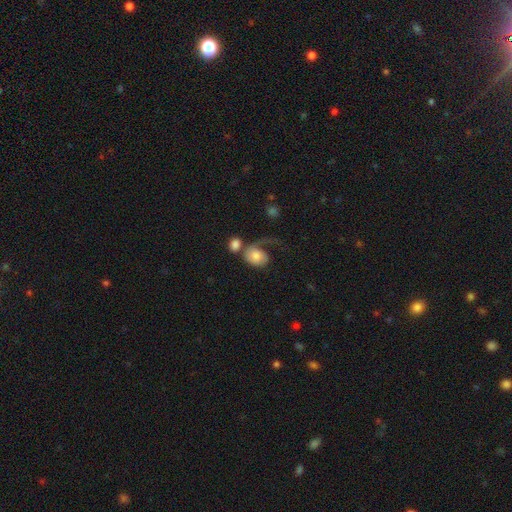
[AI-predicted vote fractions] Overall: smooth (57%; featured or disk 35%). How rounded: in between (54%; round 44%). Merging: major disturbance (34%; merger 29%).